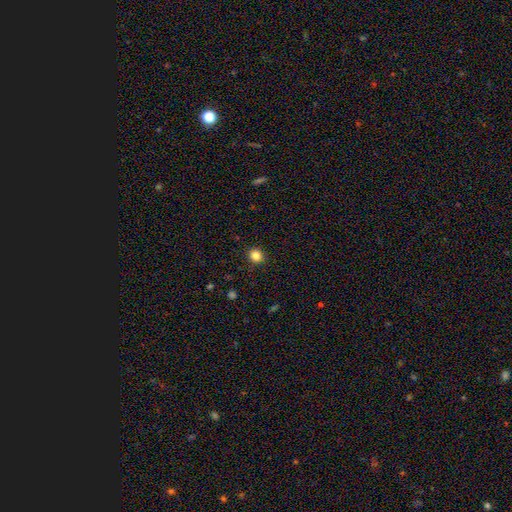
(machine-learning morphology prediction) The model was most divided on "how rounded": round: 86%, in between: 14%, cigar-shaped: 1%. More confident: merging — none (90%); smooth or featured — smooth (84%).